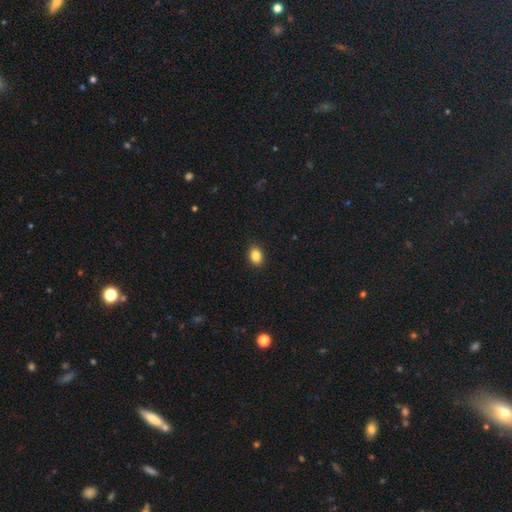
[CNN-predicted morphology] Overall: smooth (87%). How rounded: in between (75%). Merging: none (91%).